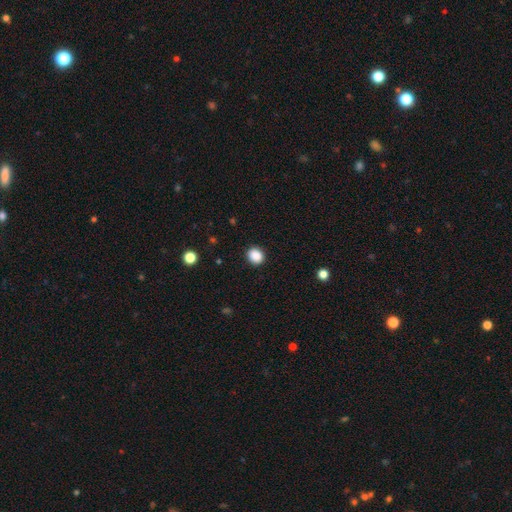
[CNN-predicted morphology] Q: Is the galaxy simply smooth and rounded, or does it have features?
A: smooth — 88%.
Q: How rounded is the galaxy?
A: round — 73%.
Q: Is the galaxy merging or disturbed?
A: none — 90%.